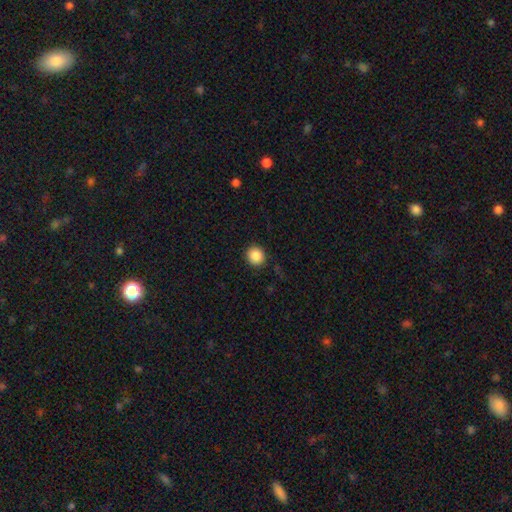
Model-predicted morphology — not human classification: This appears to be a smooth galaxy with no disk features (88%) that is round (89%). Merging: none (91%).